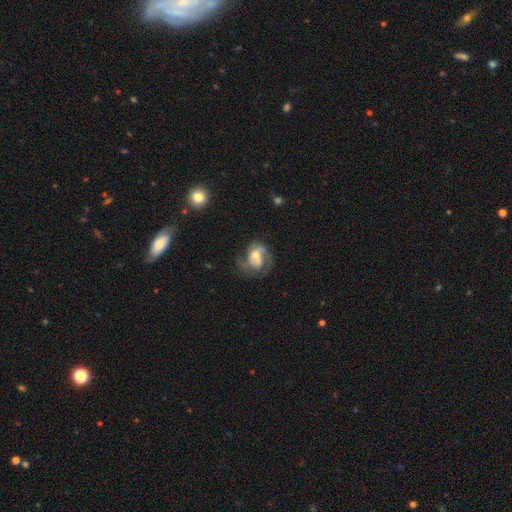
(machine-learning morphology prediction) smooth-or-featured: featured or disk: 66% | smooth: 26% | star or artifact: 8%
  disk-edge-on: no: 97% | yes: 3%
    bar: no: 61% | weak: 30% | strong: 9%
    has-spiral-arms: yes: 77% | no: 23%
    bulge-size: moderate: 60% | small: 25% | large: 11% | none: 4% | dominant: 2%
  merging: none: 36% | merger: 23% | major disturbance: 21% | minor disturbance: 19%